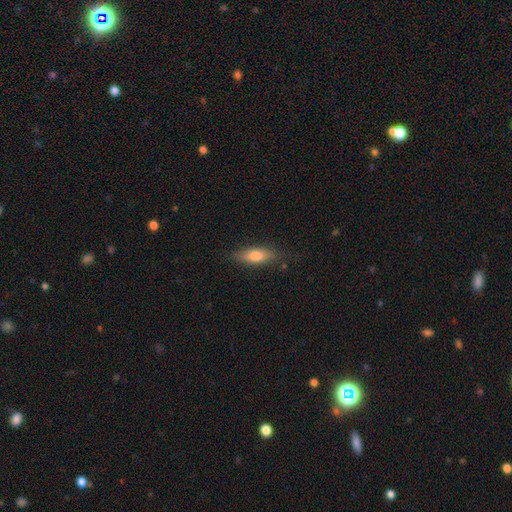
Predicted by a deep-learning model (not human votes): The model was most divided on "how rounded": in between: 64%, cigar-shaped: 32%, round: 3%. More confident: merging — none (78%); smooth or featured — smooth (73%).